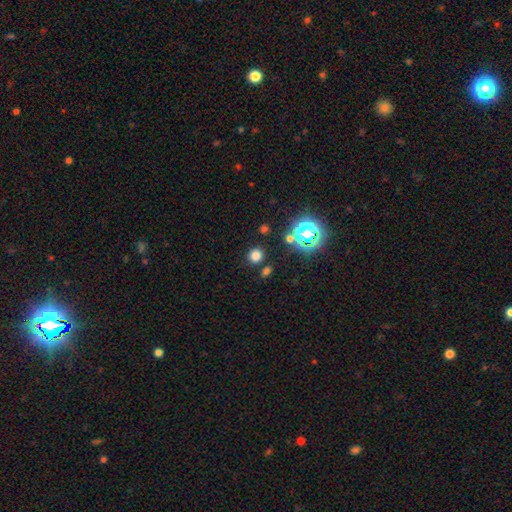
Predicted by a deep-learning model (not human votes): Smooth or featured? smooth (72%)
How rounded? round (86%)
Merging? none (84%)